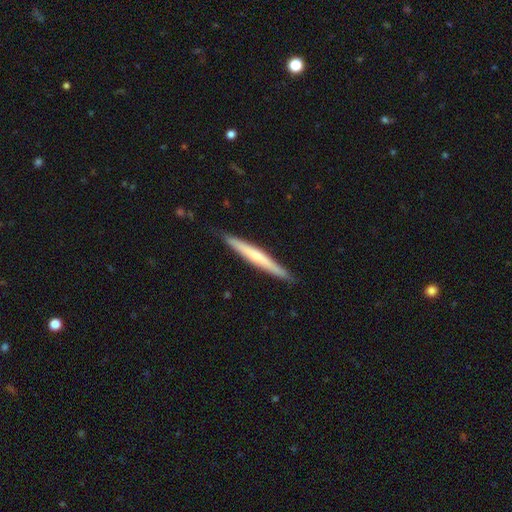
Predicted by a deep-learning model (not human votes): Morphology: type=featured or disk (49%); merging=none (89%).